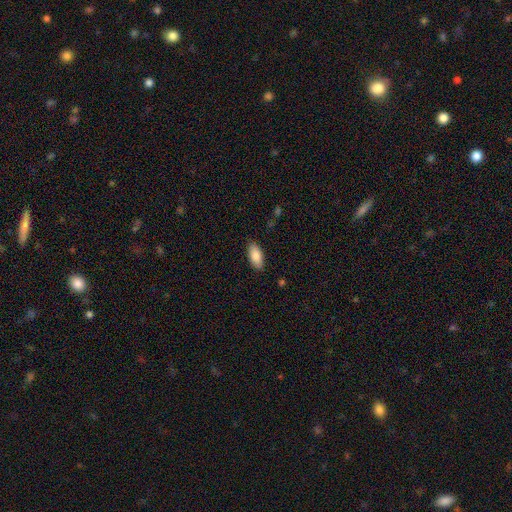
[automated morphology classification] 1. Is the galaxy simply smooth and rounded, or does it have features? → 85% smooth, 9% featured or disk, 6% star or artifact.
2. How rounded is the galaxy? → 90% in between, 8% cigar-shaped, 2% round.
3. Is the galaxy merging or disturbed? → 87% none, 10% minor disturbance, 2% major disturbance, 1% merger.